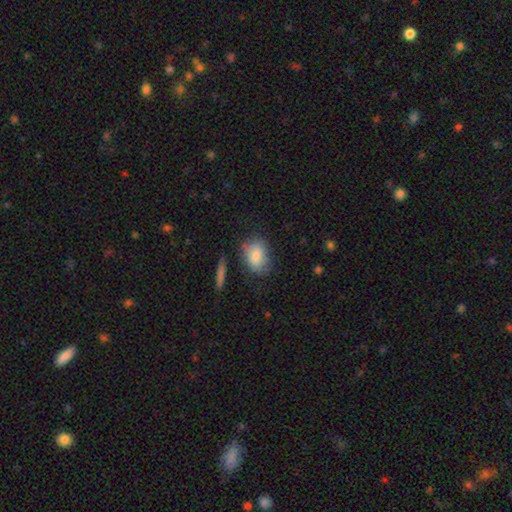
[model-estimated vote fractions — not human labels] smooth-or-featured: smooth: 82% | featured or disk: 12% | star or artifact: 7%
  how-rounded: in between: 76% | round: 22% | cigar-shaped: 2%
  merging: none: 67% | minor disturbance: 21% | major disturbance: 7% | merger: 4%